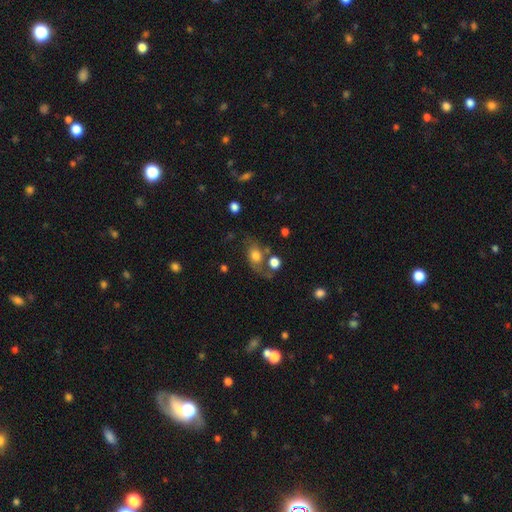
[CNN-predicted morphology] Overall: smooth (59%; featured or disk 30%). How rounded: in between (61%; round 36%). Merging: none (50%; minor disturbance 21%).